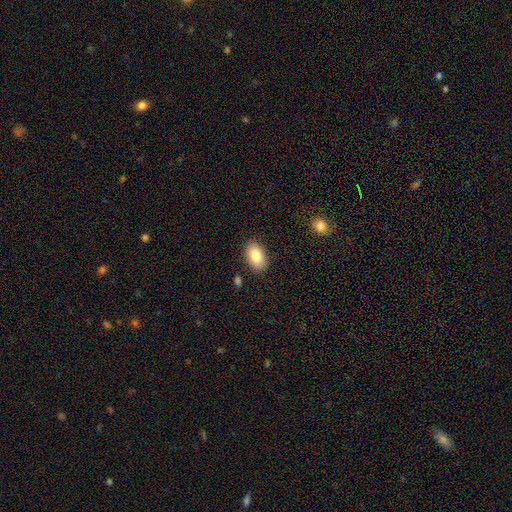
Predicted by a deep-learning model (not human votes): smooth 85%, featured or disk 8%, star or artifact 7%. Down the decision tree: how rounded — in between (91%); merging — none (86%).